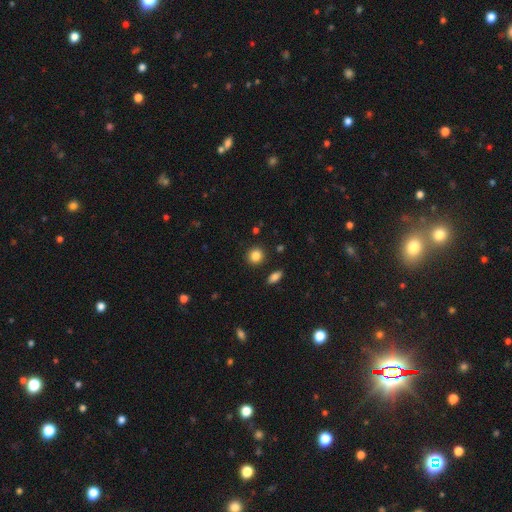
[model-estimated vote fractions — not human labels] A smooth galaxy with no disk features (86%) that is round (88%). Merging: none (90%).